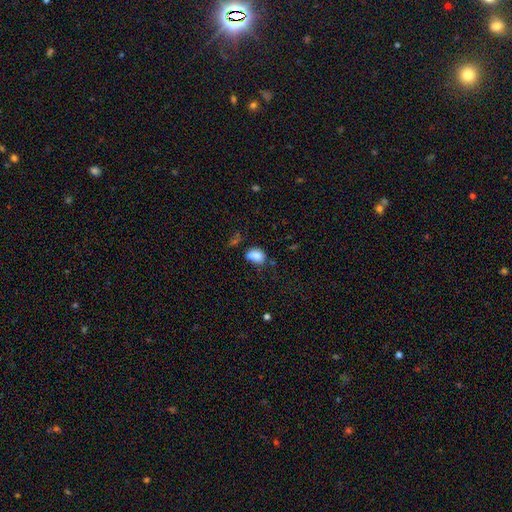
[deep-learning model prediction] Smooth or featured: smooth — 82% (star or artifact — 10%)
How rounded: in between — 73% (round — 25%)
Merging: none — 46% (minor disturbance — 33%)